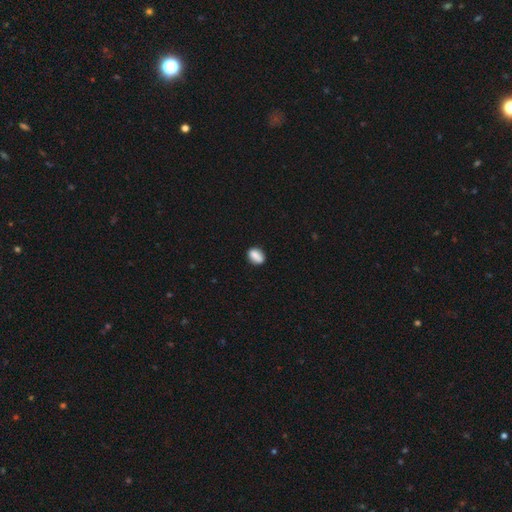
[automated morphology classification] Smooth or featured: smooth — 84% (star or artifact — 8%)
How rounded: in between — 75% (round — 22%)
Merging: none — 78% (minor disturbance — 15%)